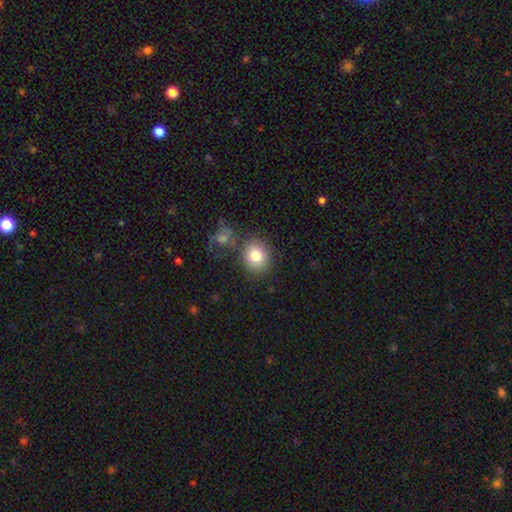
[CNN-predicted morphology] The model was most divided on "how rounded": round: 68%, in between: 31%, cigar-shaped: 1%. More confident: smooth or featured — smooth (81%); merging — none (76%).